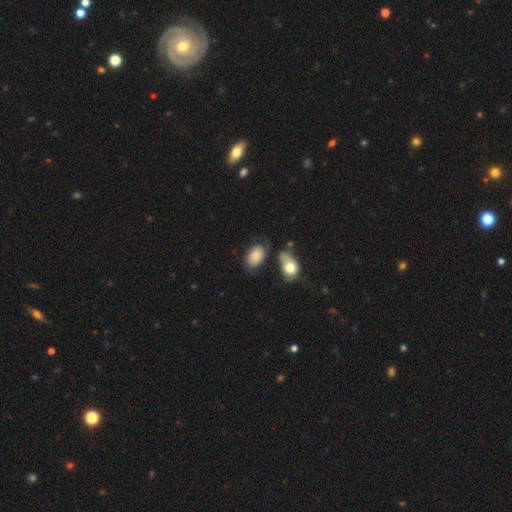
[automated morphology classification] Smooth or featured?
  - smooth: 73% *
  - featured or disk: 19%
  - star or artifact: 8%
How rounded?
  - in between: 89% *
  - round: 10%
  - cigar-shaped: 1%
Merging?
  - none: 47% *
  - minor disturbance: 25%
  - merger: 15%
  - major disturbance: 13%